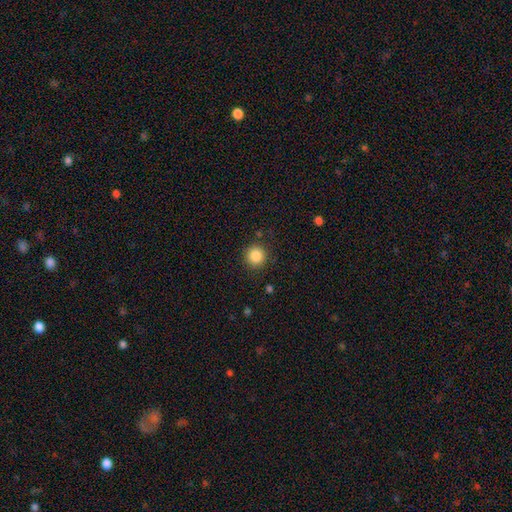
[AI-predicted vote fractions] This is clearly a smooth galaxy (85%). How rounded: clearly round (93%). Merging: clearly none (88%).